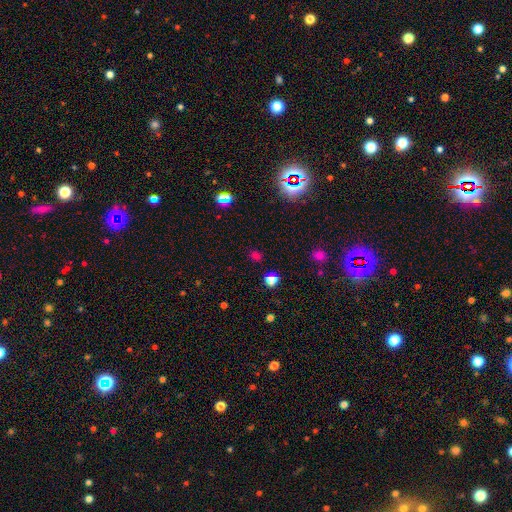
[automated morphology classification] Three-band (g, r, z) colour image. It shows a smooth galaxy with no disk features (56%) that is round (72%). Merging: none (84%).